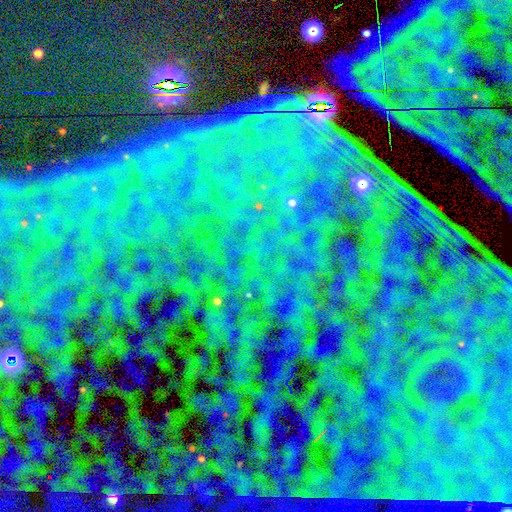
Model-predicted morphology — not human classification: This is clearly a star or artifact rather than a galaxy (85%).